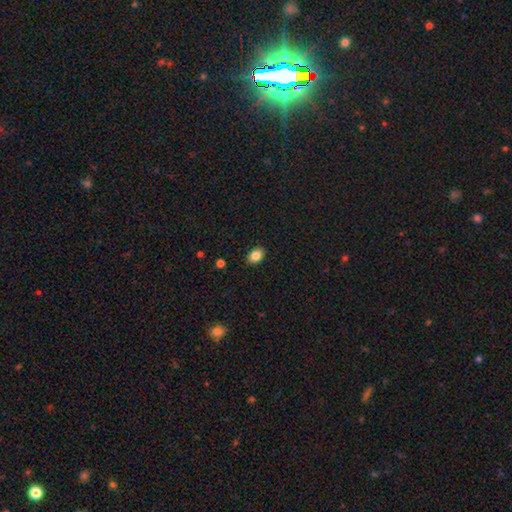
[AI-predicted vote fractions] Overall: smooth (85%). How rounded: in between (77%). Merging: none (89%).